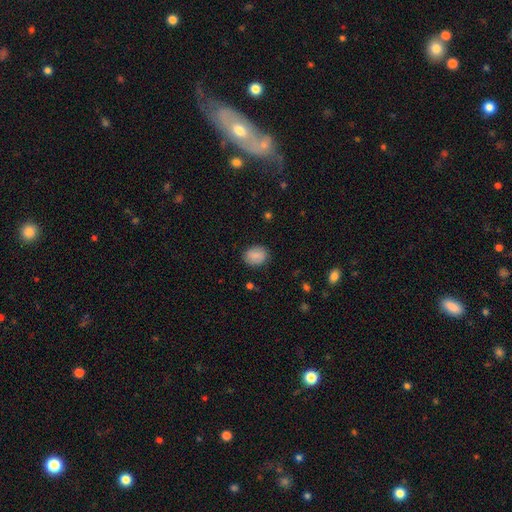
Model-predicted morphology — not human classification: Overall: smooth (82%). How rounded: in between (61%; round 38%). Merging: none (85%).